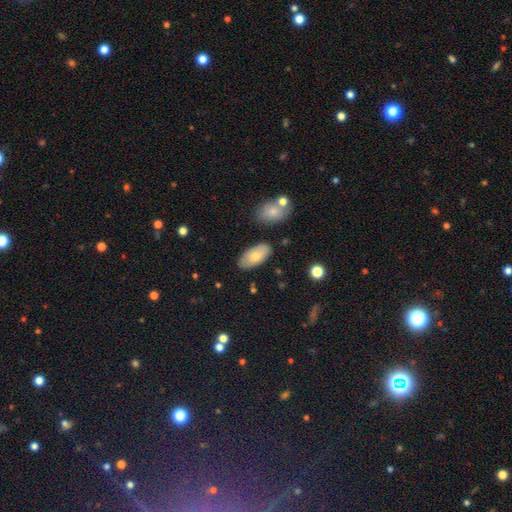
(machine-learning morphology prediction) This appears to be a smooth galaxy with no disk features (76%) that is in between round and cigar-shaped (94%). Merging: none (82%).